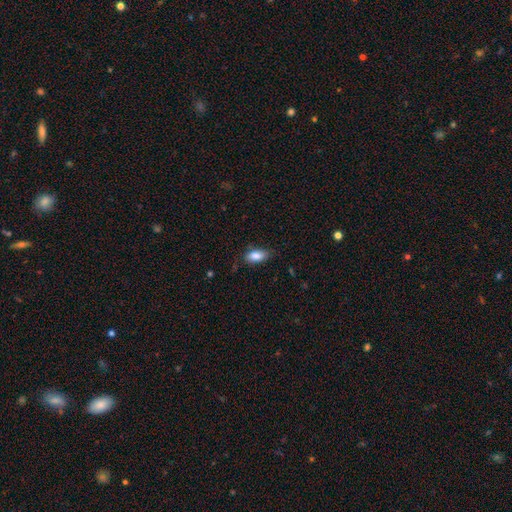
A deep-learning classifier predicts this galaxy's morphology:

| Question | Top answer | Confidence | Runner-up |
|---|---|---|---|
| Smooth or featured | smooth | 86% | star or artifact (7%) |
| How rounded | in between | 89% | cigar-shaped (7%) |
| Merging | none | 75% | minor disturbance (20%) |